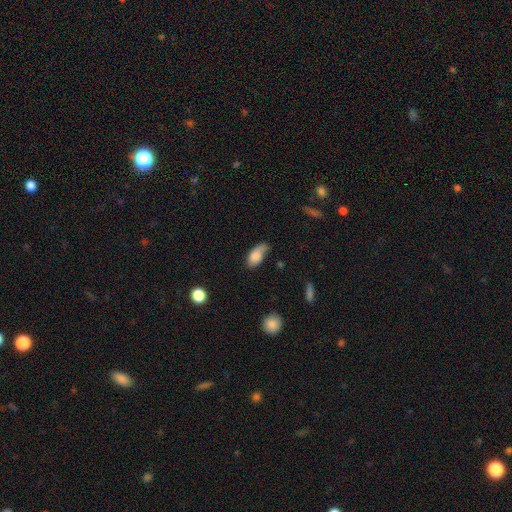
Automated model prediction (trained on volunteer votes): smooth_or_featured: smooth (p=0.78) [alt: featured or disk p=0.14]
how_rounded: in between (p=0.91) [alt: round p=0.05]
merging: none (p=0.39) [tied with: minor disturbance p=0.39]